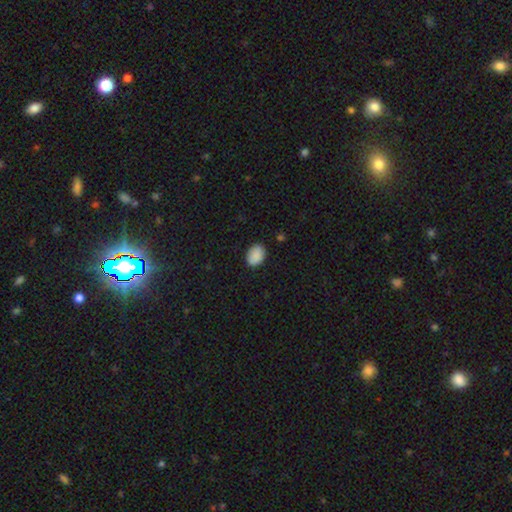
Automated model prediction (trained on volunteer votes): A smooth galaxy with no disk features (89%) that is in between round and cigar-shaped (76%). Merging: none (86%).